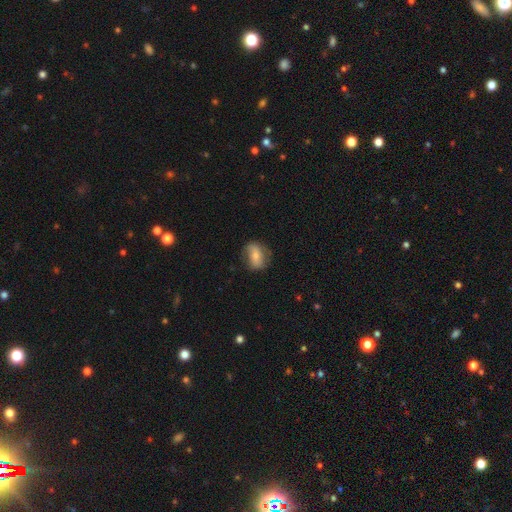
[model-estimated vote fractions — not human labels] This appears to be a smooth galaxy with no disk features (59%) that is in between round and cigar-shaped (71%). Merging: none (69%).